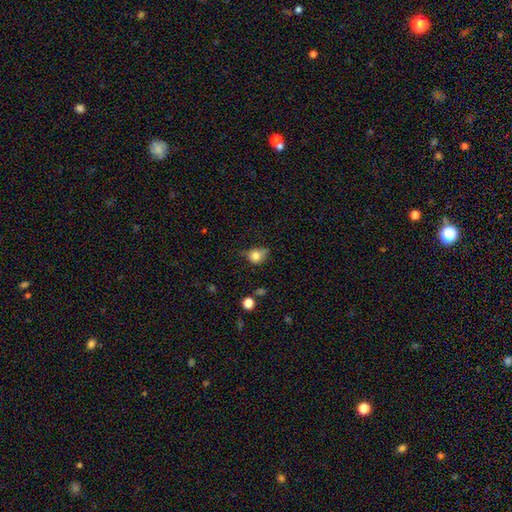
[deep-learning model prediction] A smooth galaxy with no disk features (75%) that is round (58%).

Vote fractions:
- Smooth or featured? smooth: 75% / featured or disk: 14% / star or artifact: 11%
- How rounded? round: 58% / in between: 40% / cigar-shaped: 2%
- Merging? none: 43% / minor disturbance: 39% / major disturbance: 15% / merger: 4%